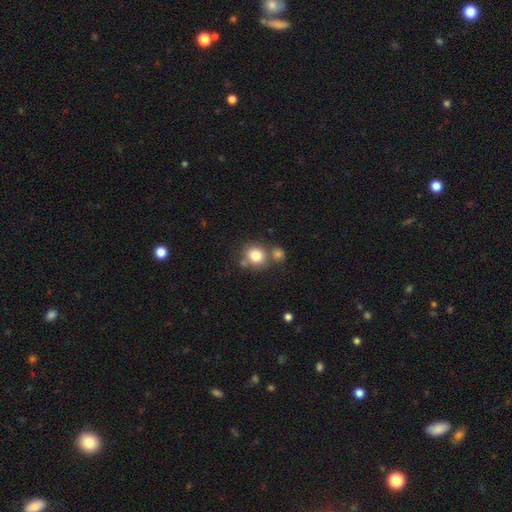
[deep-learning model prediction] This appears to be a smooth galaxy with no disk features (79%) that is round (81%). Merging: none (59%).